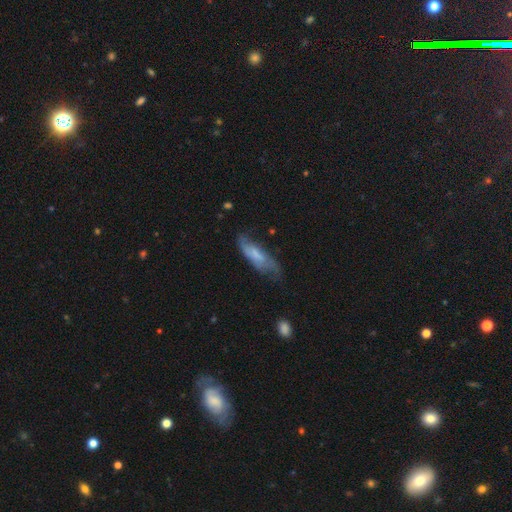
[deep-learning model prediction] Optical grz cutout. It shows a featured or disk galaxy (48%). Merging: none (59%).